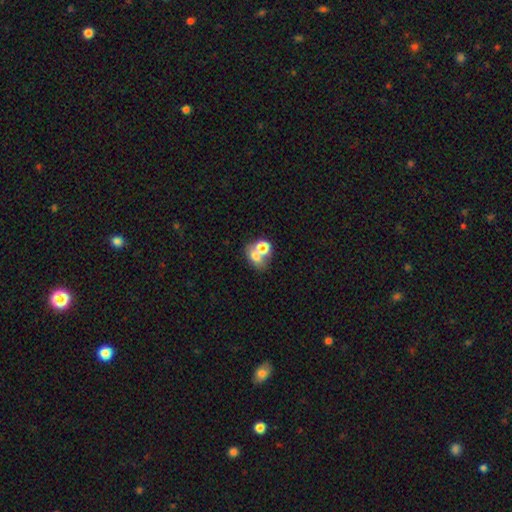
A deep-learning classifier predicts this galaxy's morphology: Q: Smooth or featured?
A: smooth (69%); runner-up: featured or disk (18%)
Q: How rounded?
A: in between (62%); runner-up: round (36%)
Q: Merging?
A: merger (58%); runner-up: none (28%)